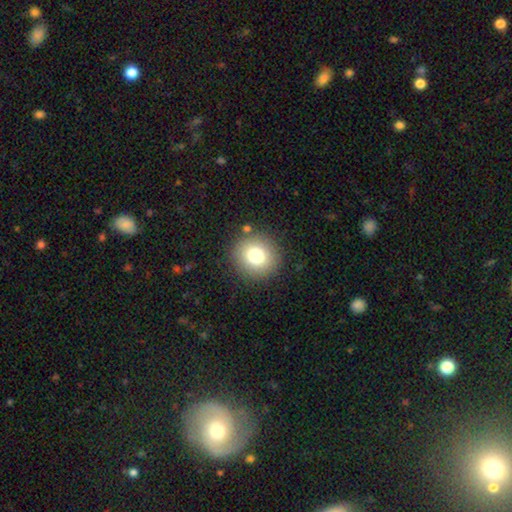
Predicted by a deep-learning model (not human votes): Morphology: type=smooth (77%); roundness=round (92%); merging=none (88%).